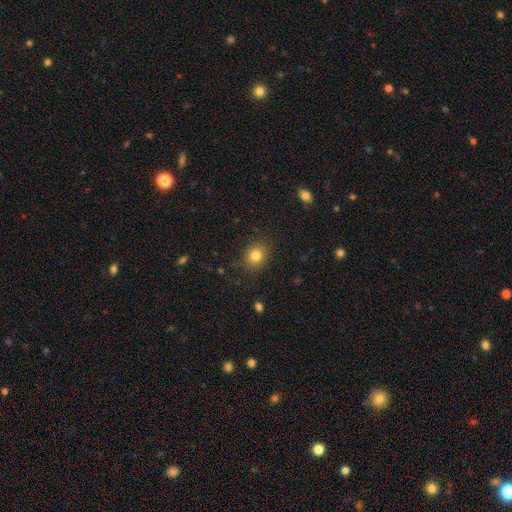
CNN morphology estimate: A smooth galaxy with no disk features (81%) that is round (68%). Merging: none (85%).